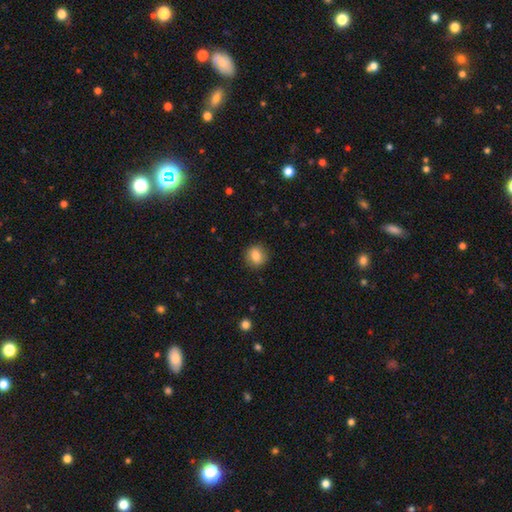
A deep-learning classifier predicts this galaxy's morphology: smooth_or_featured: smooth (p=0.82) [alt: star or artifact p=0.09]
how_rounded: round (p=0.79) [alt: in between p=0.20]
merging: none (p=0.88) [alt: minor disturbance p=0.09]